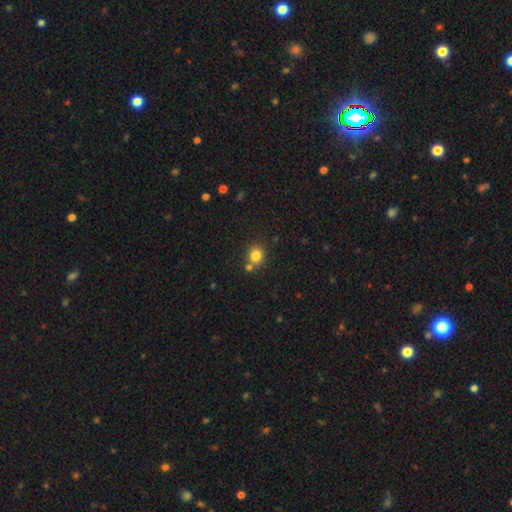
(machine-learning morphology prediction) This is clearly a smooth galaxy (82%). How rounded: likely round (77%). Merging: likely none (70%).